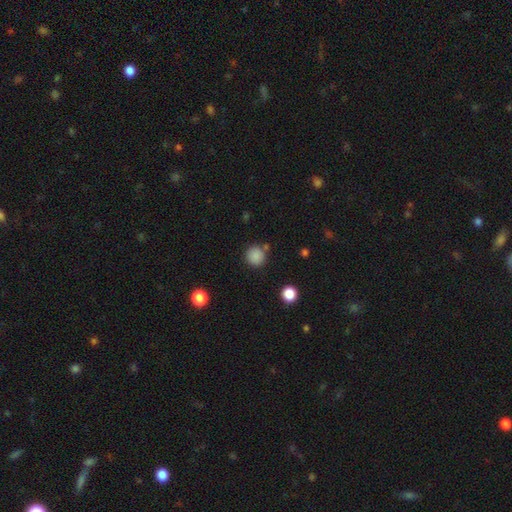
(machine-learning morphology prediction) This appears to be a smooth galaxy with no disk features (86%) that is round (93%). Merging: none (82%).